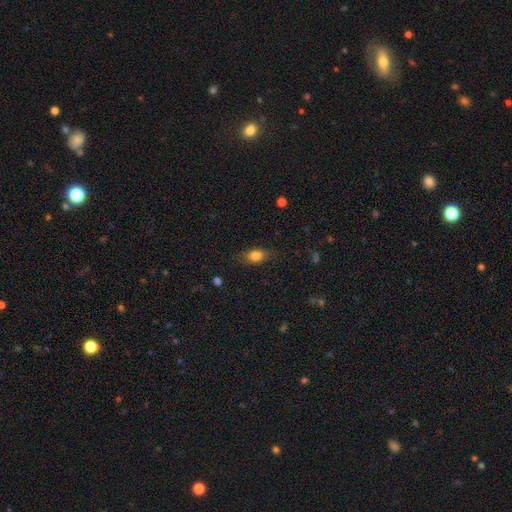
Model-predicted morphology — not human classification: The model was most divided on "how rounded": in between: 77%, round: 16%, cigar-shaped: 6%. More confident: smooth or featured — smooth (81%); merging — none (80%).